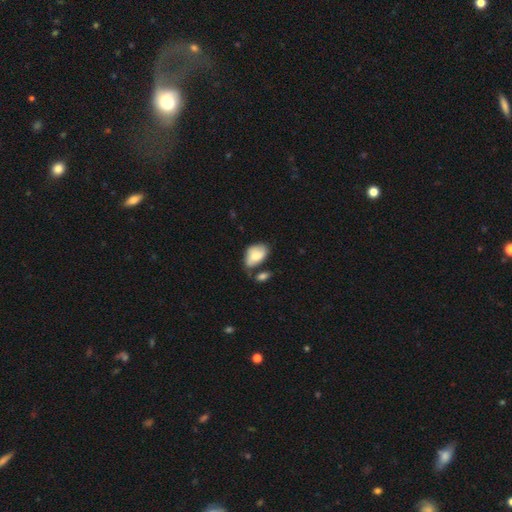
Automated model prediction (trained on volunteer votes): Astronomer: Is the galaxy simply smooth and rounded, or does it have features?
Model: smooth — 72%.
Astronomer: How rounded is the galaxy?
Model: in between — 88%.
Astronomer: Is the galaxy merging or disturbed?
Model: none — 36% (runner-up: minor disturbance, 31%).